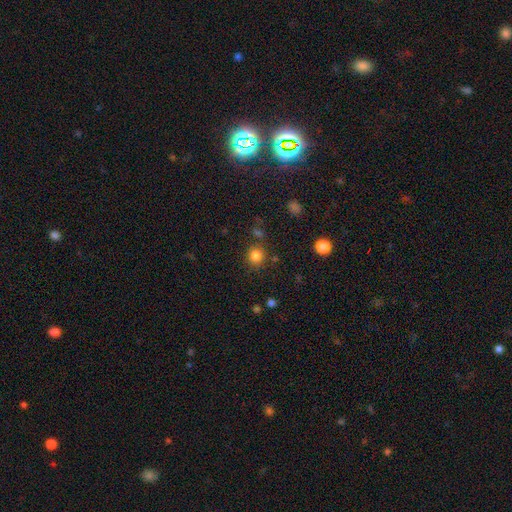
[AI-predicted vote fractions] Smooth or featured?
  - smooth: 82% *
  - star or artifact: 13%
  - featured or disk: 5%
How rounded?
  - round: 86% *
  - in between: 13%
  - cigar-shaped: 1%
Merging?
  - none: 83% *
  - minor disturbance: 9%
  - merger: 5%
  - major disturbance: 3%